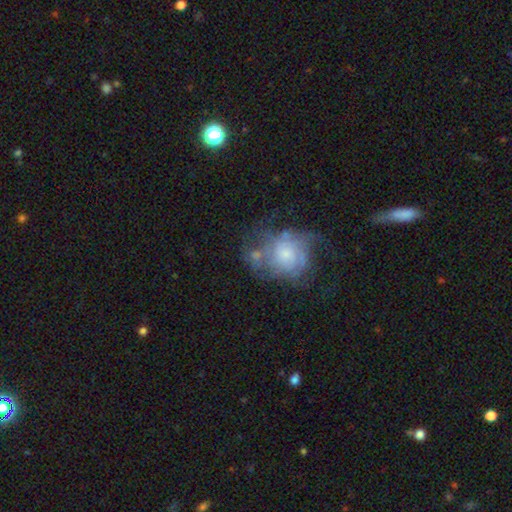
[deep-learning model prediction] Morphology: type=featured or disk (57%); edge-on=no (97%); bar=no (80%); spiral arms=yes (69%); bulge=small (49%); merging=none (39%).